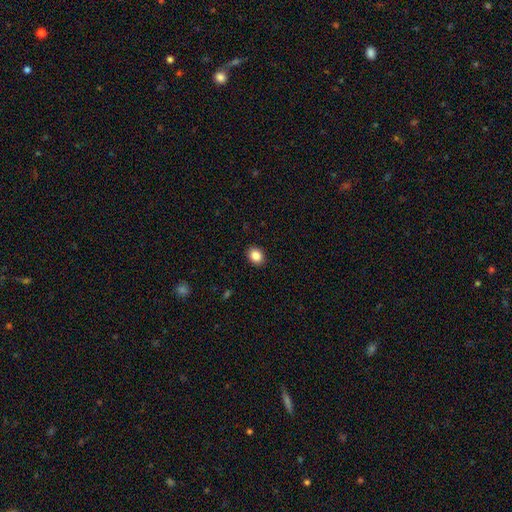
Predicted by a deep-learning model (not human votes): smooth-or-featured: smooth: 86% | star or artifact: 9% | featured or disk: 5%
  how-rounded: in between: 52% | round: 47% | cigar-shaped: 1%
  merging: none: 91% | minor disturbance: 7% | major disturbance: 2% | merger: 1%